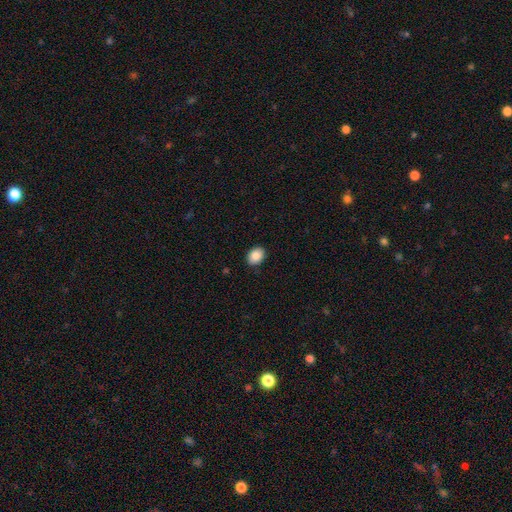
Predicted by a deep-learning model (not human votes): A smooth galaxy with no disk features (89%) that is in between round and cigar-shaped (72%).

Vote fractions:
- Smooth or featured? smooth: 89% / star or artifact: 7% / featured or disk: 4%
- How rounded? in between: 72% / round: 27% / cigar-shaped: 1%
- Merging? none: 89% / minor disturbance: 8% / major disturbance: 2% / merger: 1%